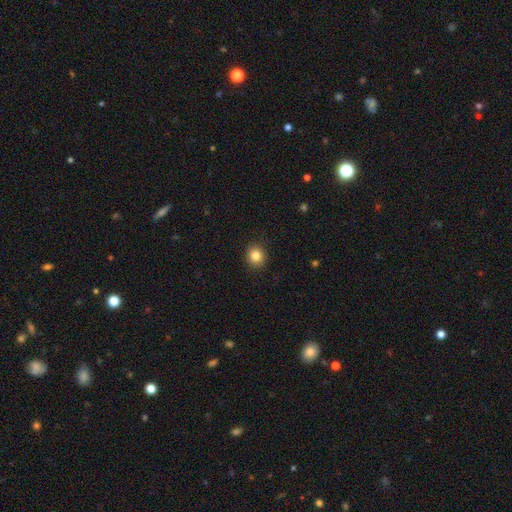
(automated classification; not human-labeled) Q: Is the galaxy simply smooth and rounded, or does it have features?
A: smooth — 84%.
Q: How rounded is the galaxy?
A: round — 82%.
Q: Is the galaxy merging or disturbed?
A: none — 91%.